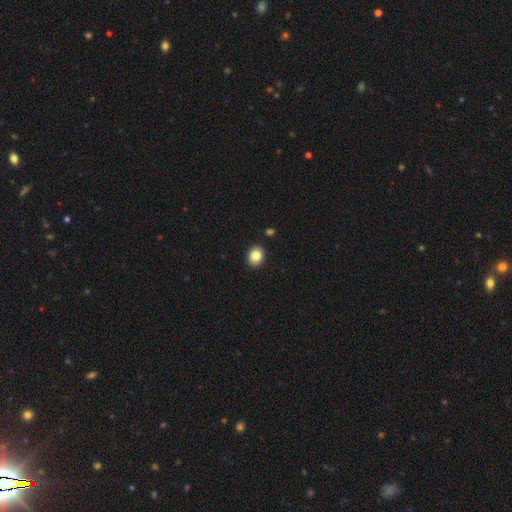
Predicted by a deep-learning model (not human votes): This is clearly a smooth galaxy (84%). How rounded: possibly round (55%). Merging: clearly none (90%).